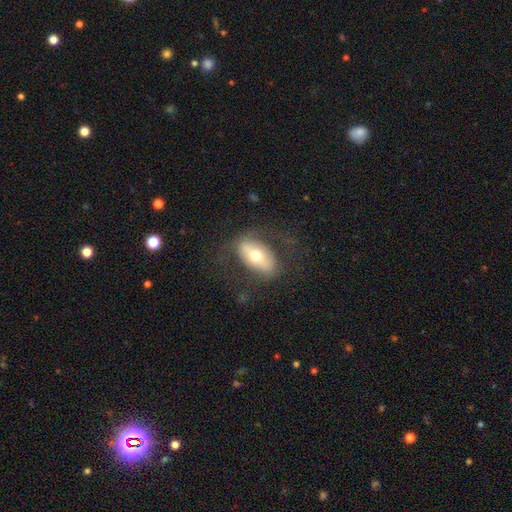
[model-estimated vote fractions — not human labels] Morphology: type=smooth (52%); roundness=in between (90%); merging=none (71%).